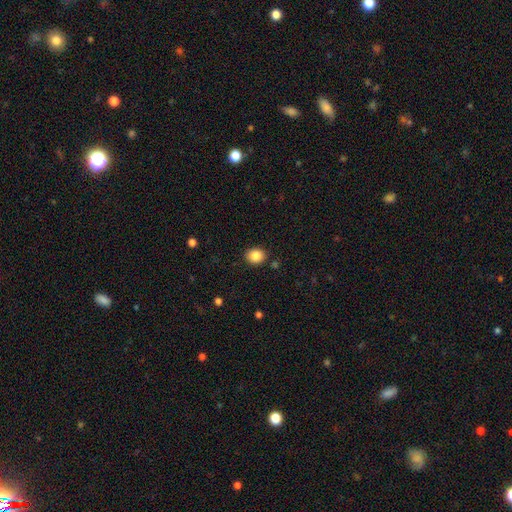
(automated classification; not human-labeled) This appears to be a smooth galaxy with no disk features (85%) that is round (65%). Merging: none (88%).